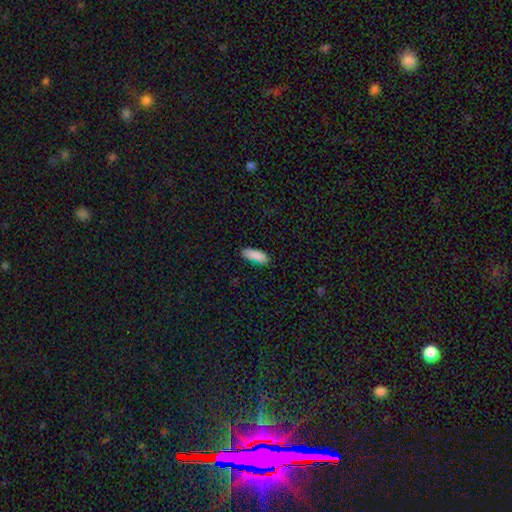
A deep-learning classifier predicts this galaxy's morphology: A smooth galaxy with no disk features (89%) that is in between round and cigar-shaped (69%).

Vote fractions:
- Smooth or featured? smooth: 89% / star or artifact: 7% / featured or disk: 4%
- How rounded? in between: 69% / cigar-shaped: 29% / round: 2%
- Merging? none: 81% / minor disturbance: 14% / major disturbance: 3% / merger: 2%